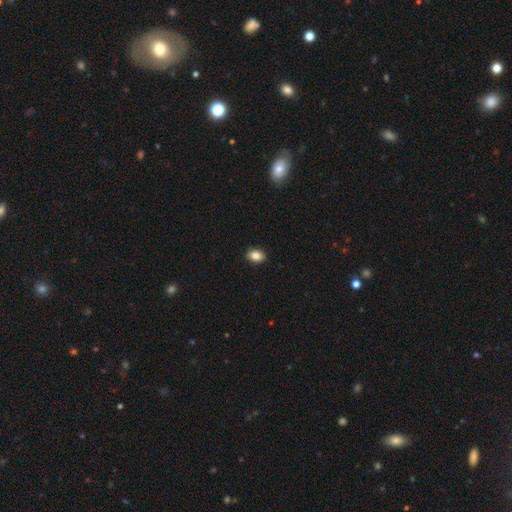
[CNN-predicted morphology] Q: Smooth or featured?
A: smooth (87%); runner-up: star or artifact (9%)
Q: How rounded?
A: in between (77%); runner-up: round (22%)
Q: Merging?
A: none (89%); runner-up: minor disturbance (8%)